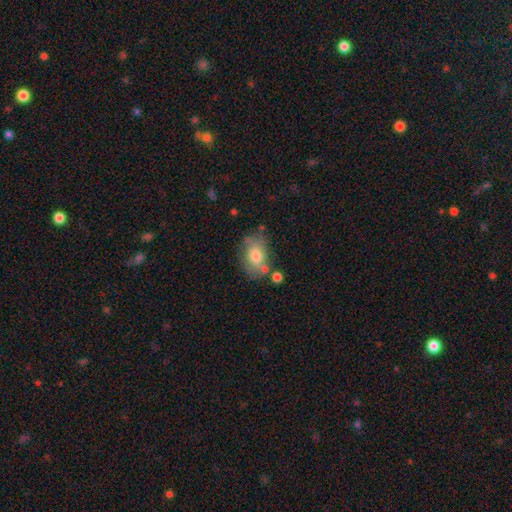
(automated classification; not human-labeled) Smooth or featured?
  - smooth: 74% *
  - featured or disk: 18%
  - star or artifact: 8%
How rounded?
  - in between: 83% *
  - round: 16%
  - cigar-shaped: 1%
Merging?
  - none: 64% *
  - minor disturbance: 19%
  - merger: 11%
  - major disturbance: 6%